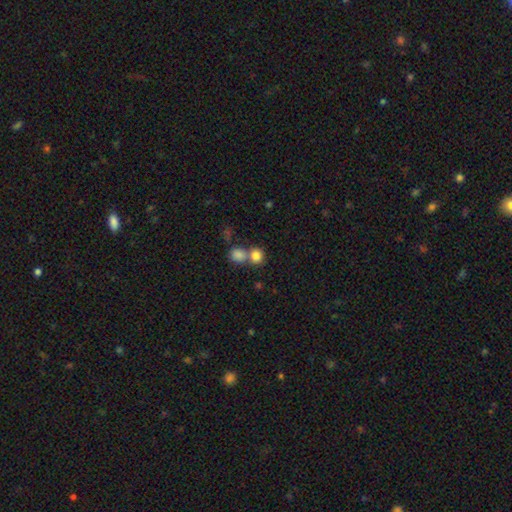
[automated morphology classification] A smooth galaxy with no disk features (83%) that is round (81%).

Vote fractions:
- Smooth or featured? smooth: 83% / star or artifact: 11% / featured or disk: 7%
- How rounded? round: 81% / in between: 18% / cigar-shaped: 1%
- Merging? none: 47% / merger: 43% / minor disturbance: 7% / major disturbance: 3%